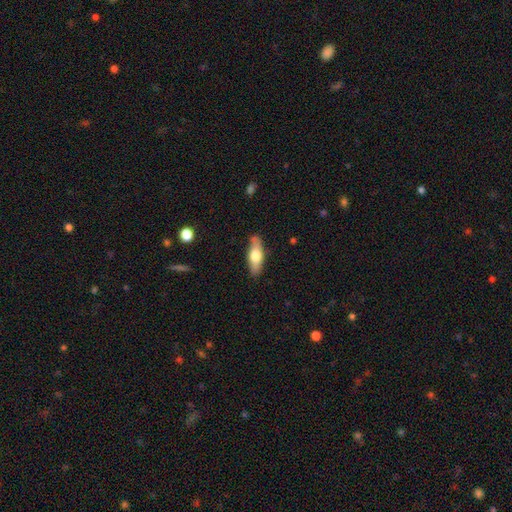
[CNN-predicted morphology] Smooth or featured: smooth — 59% (featured or disk — 36%)
How rounded: in between — 58% (cigar-shaped — 39%)
Merging: none — 84% (minor disturbance — 12%)